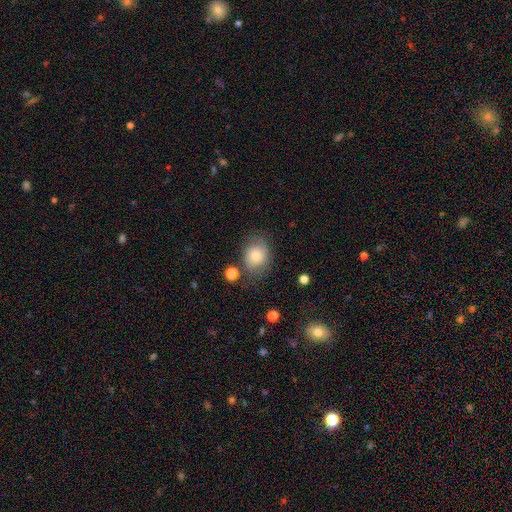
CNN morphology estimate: type=smooth (70%); roundness=round (53%); merging=none (65%).